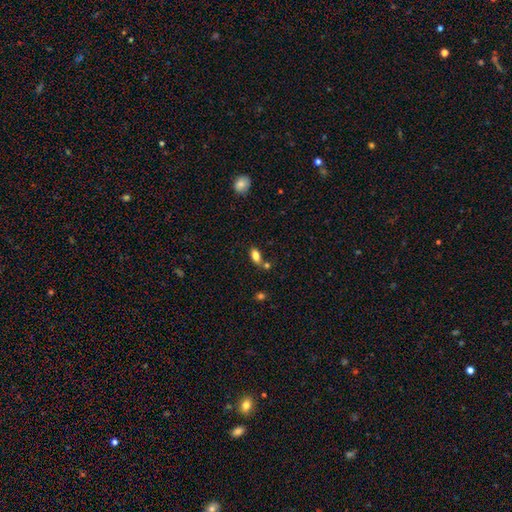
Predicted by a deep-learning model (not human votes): smooth-or-featured: smooth: 81% | star or artifact: 10% | featured or disk: 10%
  how-rounded: in between: 87% | round: 7% | cigar-shaped: 6%
  merging: none: 57% | merger: 23% | minor disturbance: 15% | major disturbance: 5%